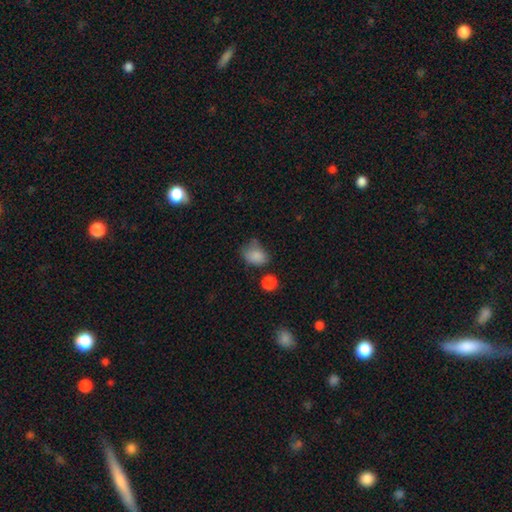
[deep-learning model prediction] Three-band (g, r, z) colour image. It shows a smooth galaxy with no disk features (81%) that is in between round and cigar-shaped (60%). Merging: none (46%).